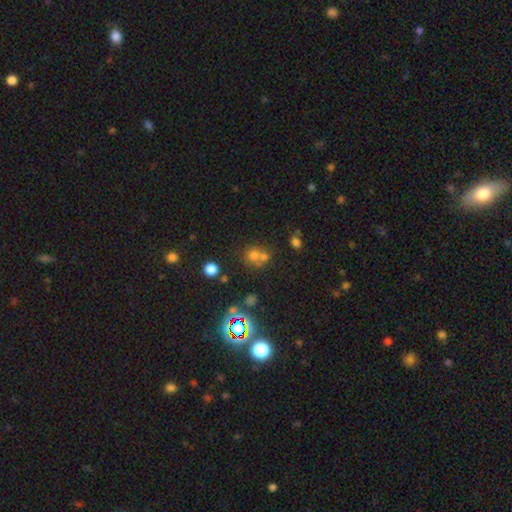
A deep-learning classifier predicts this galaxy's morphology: A smooth galaxy with no disk features (61%) that is round (82%).

Vote fractions:
- Smooth or featured? smooth: 61% / star or artifact: 26% / featured or disk: 13%
- How rounded? round: 82% / in between: 17% / cigar-shaped: 1%
- Merging? none: 44% (tied) / merger: 44% (tied) / minor disturbance: 8% / major disturbance: 4%